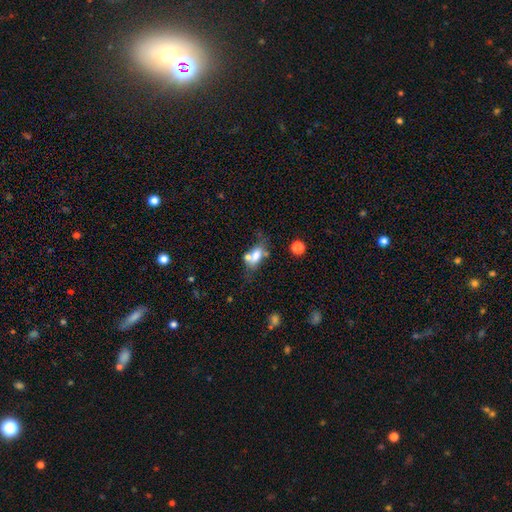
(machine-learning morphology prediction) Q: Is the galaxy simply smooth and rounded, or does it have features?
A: smooth — 64%.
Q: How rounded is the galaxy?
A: in between — 79%.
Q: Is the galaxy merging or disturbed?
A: merger — 37%.